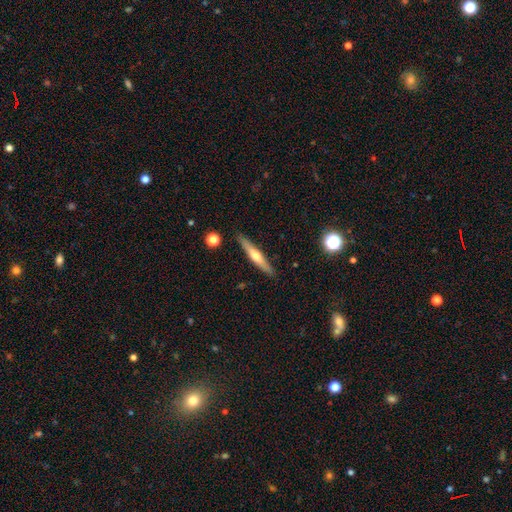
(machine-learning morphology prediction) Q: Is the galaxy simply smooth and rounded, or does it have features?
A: featured or disk — 56%.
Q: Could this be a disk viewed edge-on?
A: yes — 96%.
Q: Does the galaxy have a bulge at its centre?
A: rounded — 85%.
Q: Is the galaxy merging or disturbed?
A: none — 89%.